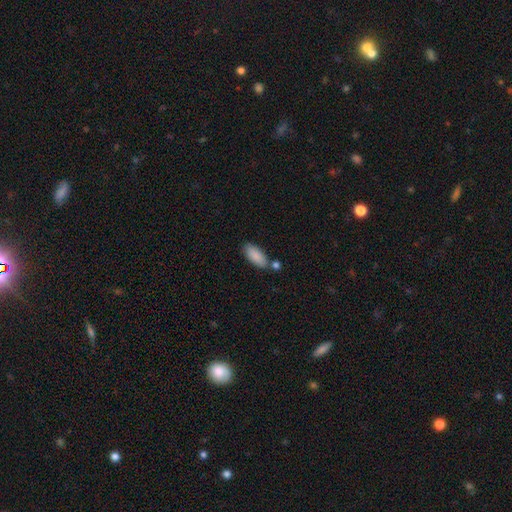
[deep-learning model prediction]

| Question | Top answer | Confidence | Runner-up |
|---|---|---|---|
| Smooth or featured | smooth | 87% | featured or disk (6%) |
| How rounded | in between | 84% | cigar-shaped (14%) |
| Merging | none | 70% | minor disturbance (14%) |